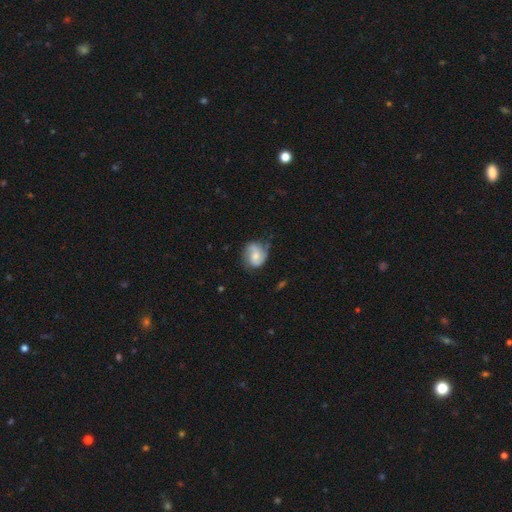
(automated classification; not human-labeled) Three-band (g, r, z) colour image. It shows a featured or disk galaxy (60%) with no bar (51%), 2 (78%) medium (44%) spiral arms (91%) and a moderate central bulge (45%). Merging: none (64%).